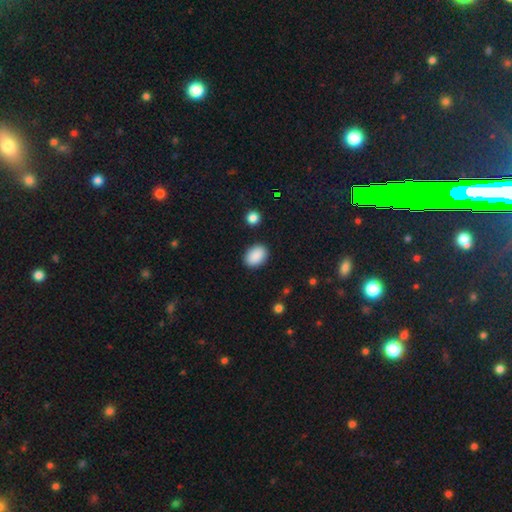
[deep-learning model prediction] Smooth or featured: smooth — 90% (star or artifact — 7%)
How rounded: in between — 85% (round — 14%)
Merging: none — 89% (minor disturbance — 8%)